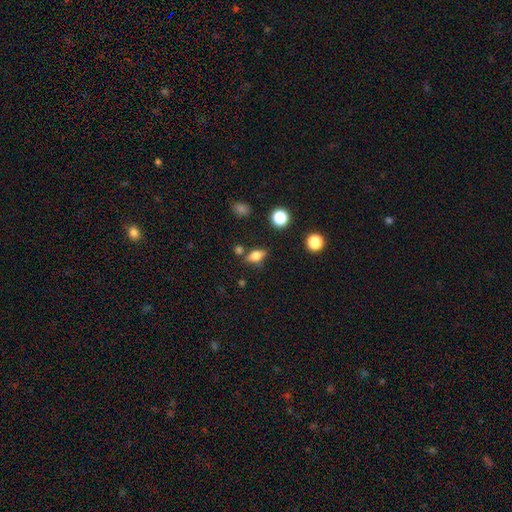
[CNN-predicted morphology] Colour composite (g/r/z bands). It shows a smooth galaxy with no disk features (70%) that is in between round and cigar-shaped (73%). Merging: none (74%).